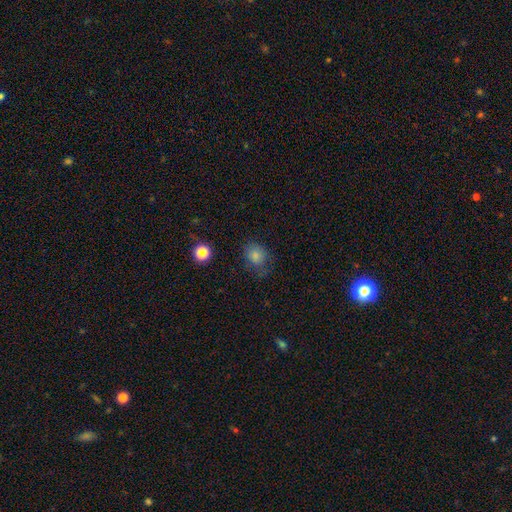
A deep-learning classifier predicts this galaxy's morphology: type=smooth (81%); roundness=round (50%); merging=none (62%).